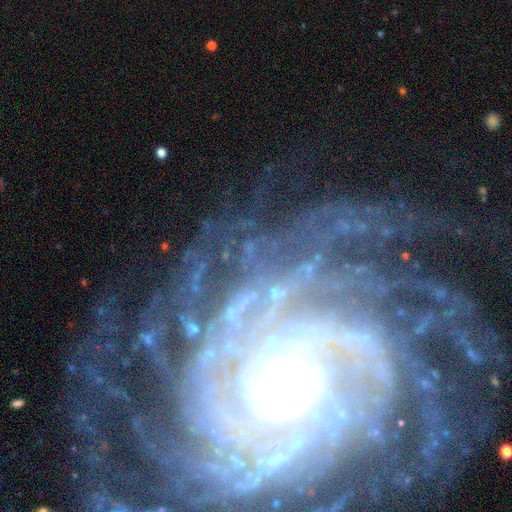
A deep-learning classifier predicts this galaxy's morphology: This appears to be a featured or disk galaxy (90%) with no bar (42%), more than 4 (36%) tight (74%) spiral arms (98%) and a small central bulge (50%). Merging: none (73%).